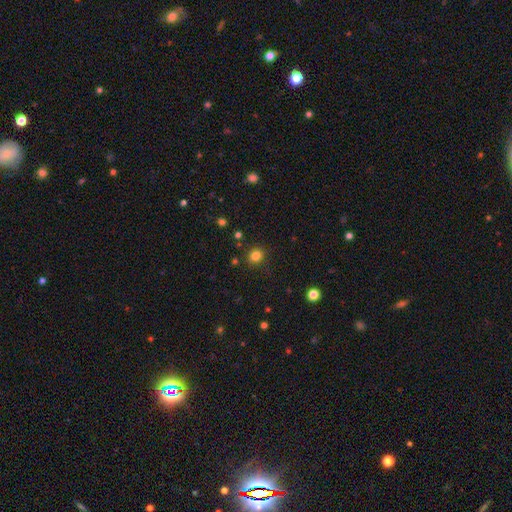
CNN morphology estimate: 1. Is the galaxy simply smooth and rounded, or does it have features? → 81% smooth, 14% star or artifact, 5% featured or disk.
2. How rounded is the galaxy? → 80% round, 19% in between, 1% cigar-shaped.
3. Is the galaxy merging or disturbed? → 85% none, 9% minor disturbance, 3% major disturbance, 3% merger.